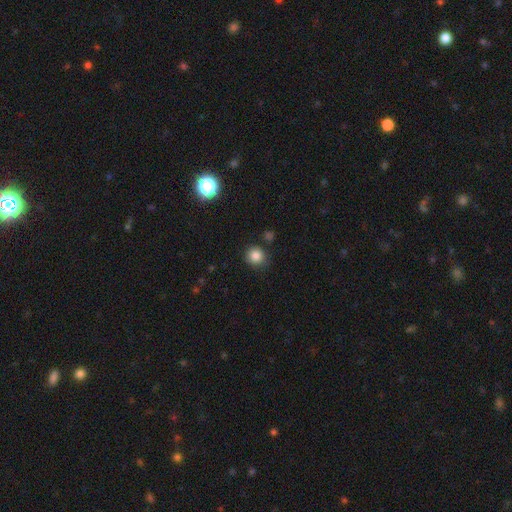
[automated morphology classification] This appears to be a smooth galaxy with no disk features (84%) that is round (89%). Merging: none (84%).